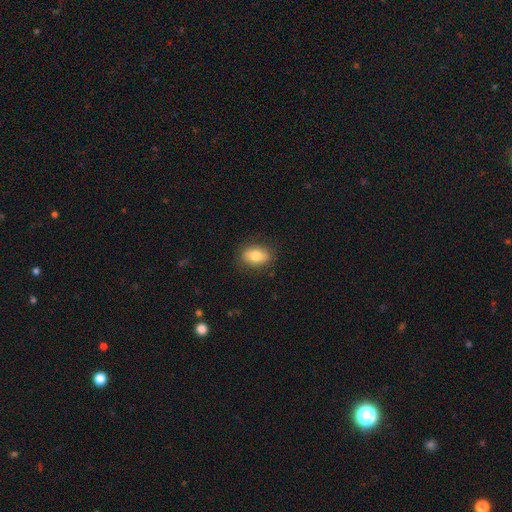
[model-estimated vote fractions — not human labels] This is likely a smooth galaxy (76%). How rounded: likely in between (78%). Merging: clearly none (83%).